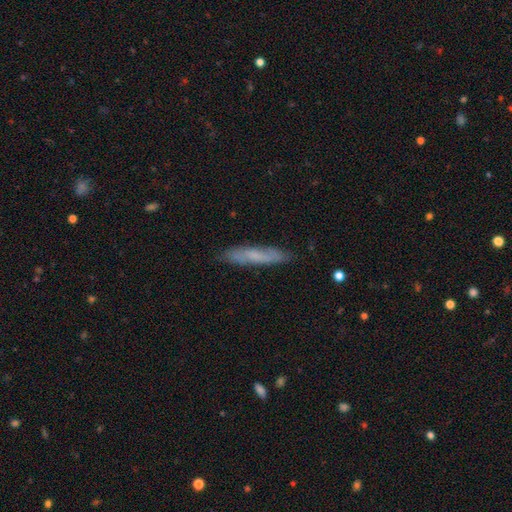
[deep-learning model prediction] Smooth or featured? smooth (57%)
How rounded? cigar-shaped (90%)
Merging? none (84%)